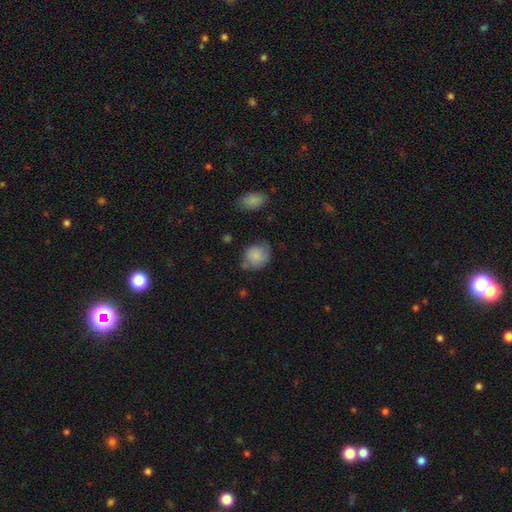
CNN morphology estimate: smooth_or_featured: smooth (p=0.80) [alt: featured or disk p=0.13]
how_rounded: round (p=0.59) [alt: in between p=0.40]
merging: none (p=0.58) [alt: minor disturbance p=0.30]